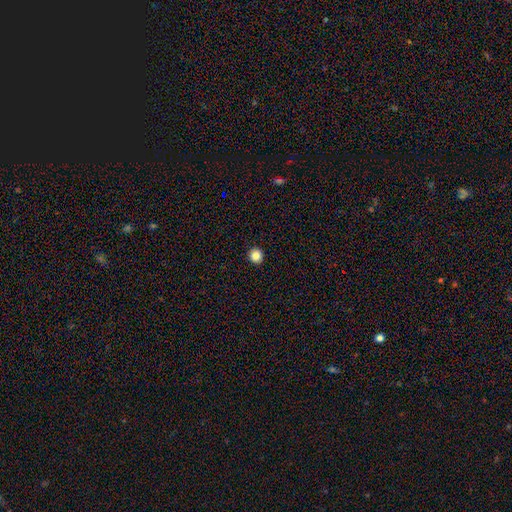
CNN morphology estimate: type=smooth (85%); roundness=round (93%); merging=none (94%).